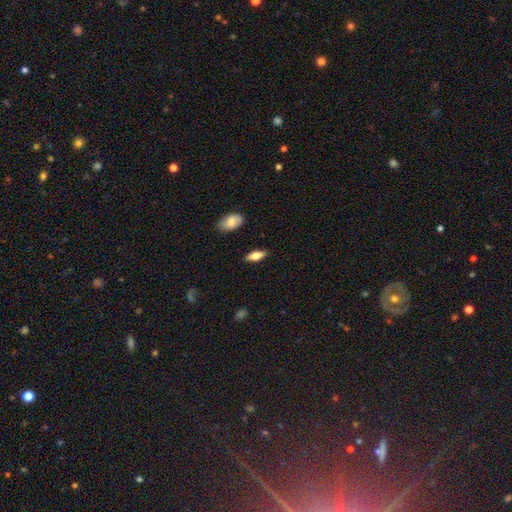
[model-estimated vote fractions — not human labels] Smooth or featured? smooth (74%)
How rounded? in between (75%)
Merging? none (87%)